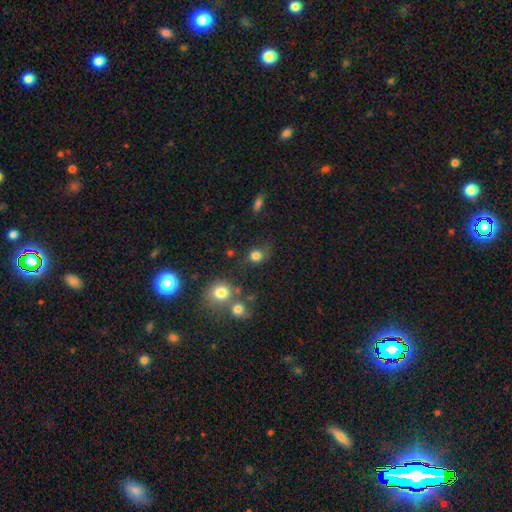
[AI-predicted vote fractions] smooth_or_featured: smooth (p=0.80) [alt: star or artifact p=0.14]
how_rounded: round (p=0.74) [alt: in between p=0.25]
merging: none (p=0.60) [alt: minor disturbance p=0.21]